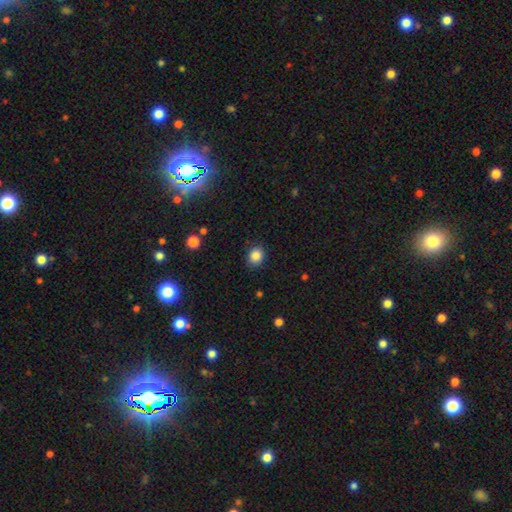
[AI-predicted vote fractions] smooth-or-featured: smooth: 86% | star or artifact: 10% | featured or disk: 4%
  how-rounded: round: 65% | in between: 34% | cigar-shaped: 1%
  merging: none: 87% | minor disturbance: 9% | major disturbance: 2% | merger: 1%